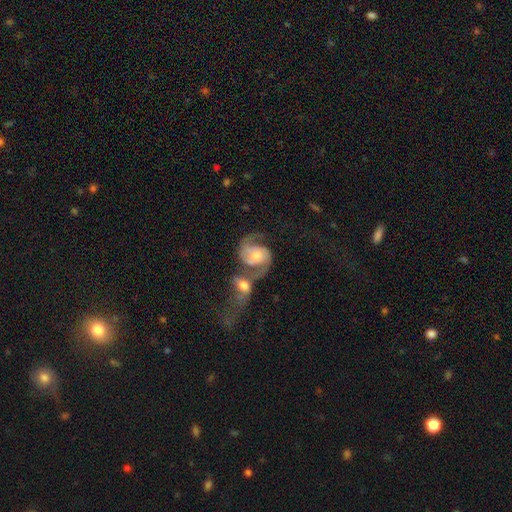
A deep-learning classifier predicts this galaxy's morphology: Smooth or featured: featured or disk — 83% (smooth — 11%)
Edge-on disk: no — 97% (yes — 3%)
Bar: no — 62% (weak — 30%)
Spiral arms: yes — 95% (no — 5%)
Spiral winding: medium — 46% (loose — 36%)
Spiral arm count: 2 — 89% (1 — 4%)
Bulge size: moderate — 54% (small — 29%)
Merging: merger — 62% (none — 19%)